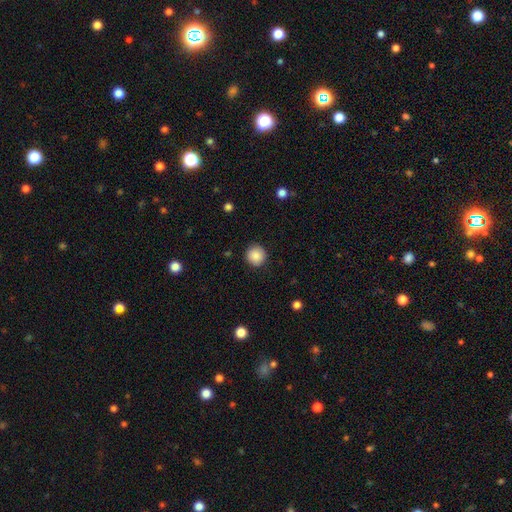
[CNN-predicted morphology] smooth-or-featured: smooth: 87% | star or artifact: 9% | featured or disk: 4%
  how-rounded: round: 95% | in between: 5% | cigar-shaped: 1%
  merging: none: 90% | minor disturbance: 7% | major disturbance: 2% | merger: 1%